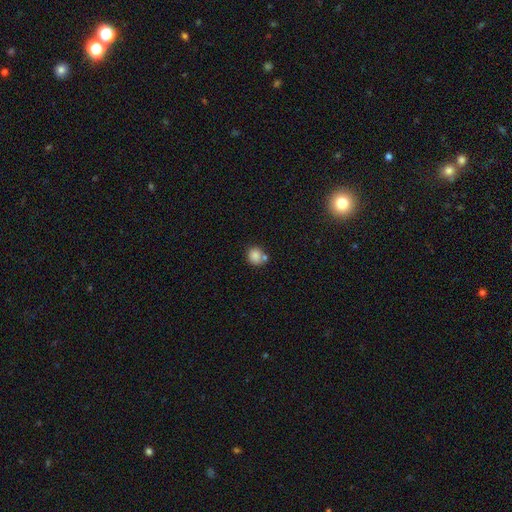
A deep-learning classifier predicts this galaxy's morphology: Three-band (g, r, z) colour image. It shows a smooth galaxy with no disk features (84%) that is round (82%). Merging: none (60%).